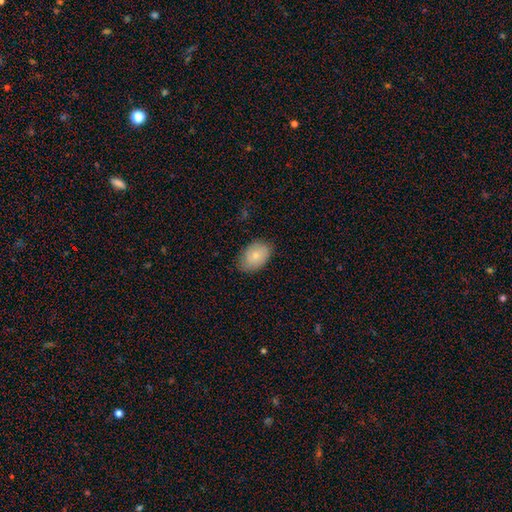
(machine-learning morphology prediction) A smooth galaxy with no disk features (78%) that is in between round and cigar-shaped (85%).

Vote fractions:
- Smooth or featured? smooth: 78% / featured or disk: 15% / star or artifact: 7%
- How rounded? in between: 85% / round: 14% / cigar-shaped: 1%
- Merging? none: 81% / minor disturbance: 15% / major disturbance: 3% / merger: 1%